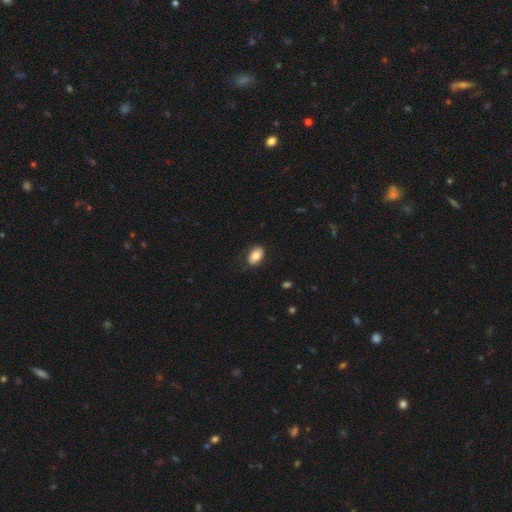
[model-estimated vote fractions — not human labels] A smooth galaxy with no disk features (80%) that is in between round and cigar-shaped (88%).

Vote fractions:
- Smooth or featured? smooth: 80% / featured or disk: 12% / star or artifact: 7%
- How rounded? in between: 88% / round: 11% / cigar-shaped: 2%
- Merging? none: 80% / minor disturbance: 15% / major disturbance: 3% / merger: 1%